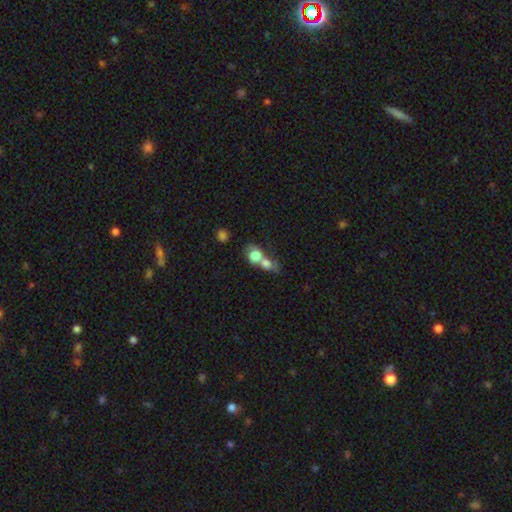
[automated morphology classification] type=smooth (74%); roundness=round (60%); merging=merger (76%).